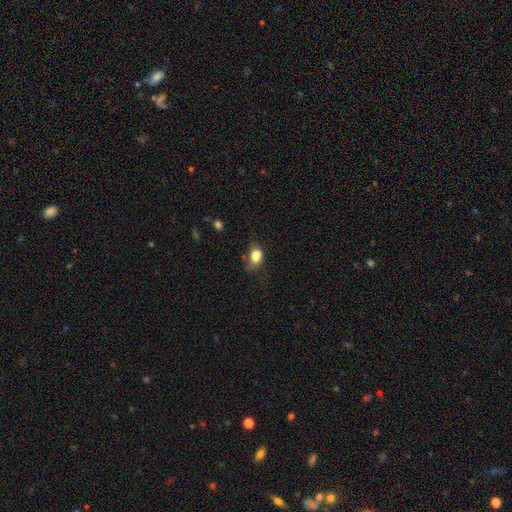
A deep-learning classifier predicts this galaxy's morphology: The model was most divided on "merging": none: 38%, minor disturbance: 34%, major disturbance: 24%, merger: 5%. More confident: smooth or featured — smooth (80%); how rounded — in between (72%).